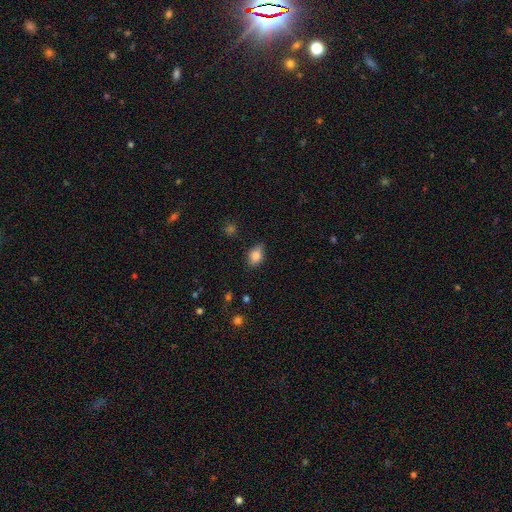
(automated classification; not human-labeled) A smooth galaxy with no disk features (79%) that is in between round and cigar-shaped (78%). Merging: none (76%).